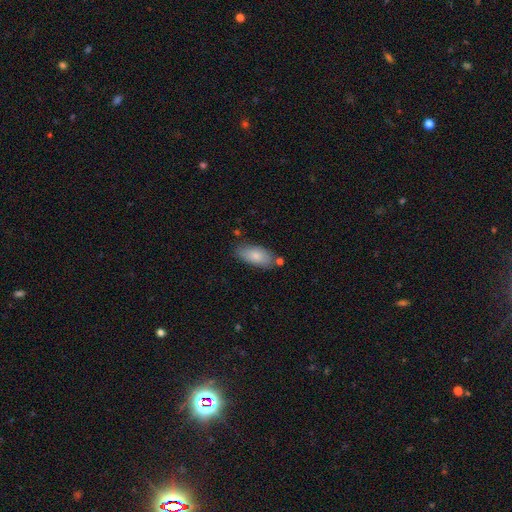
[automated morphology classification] smooth-or-featured: smooth: 81% | featured or disk: 13% | star or artifact: 6%
  how-rounded: in between: 88% | cigar-shaped: 9% | round: 2%
  merging: none: 73% | minor disturbance: 18% | merger: 6% | major disturbance: 4%